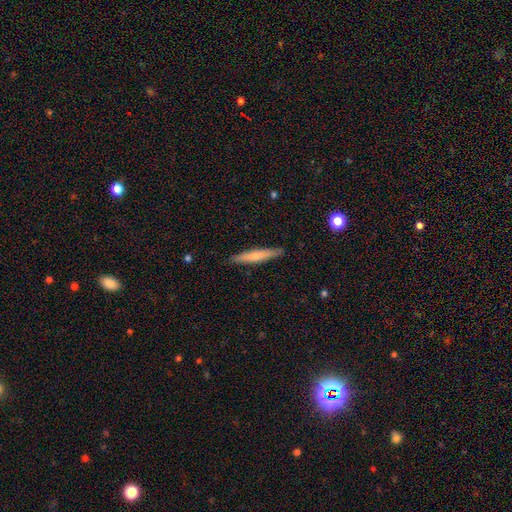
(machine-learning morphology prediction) smooth 63%, featured or disk 31%, star or artifact 6%. Down the decision tree: how rounded — cigar-shaped (94%); merging — none (89%).